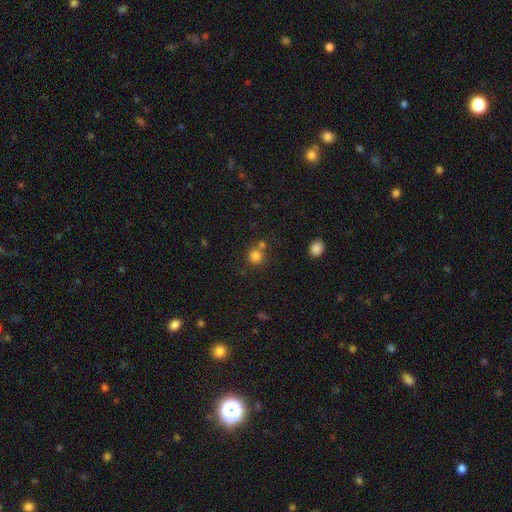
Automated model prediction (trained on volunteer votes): Smooth or featured? smooth (81%)
How rounded? round (90%)
Merging? none (64%)